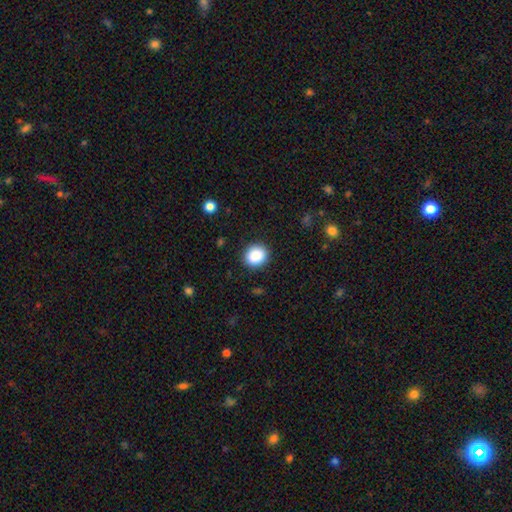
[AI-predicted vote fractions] Smooth or featured? smooth (88%)
How rounded? round (80%)
Merging? none (90%)